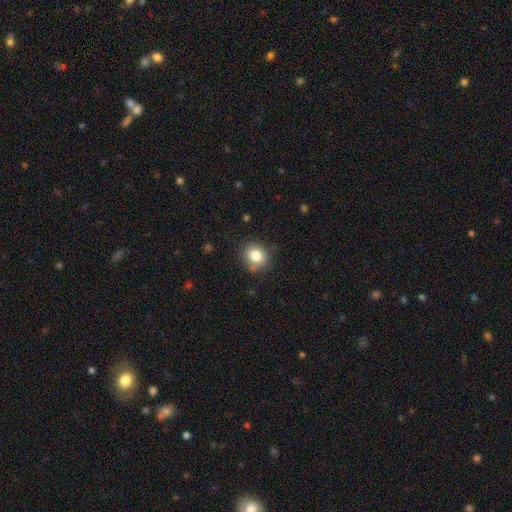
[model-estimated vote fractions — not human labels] This is clearly a smooth galaxy (82%). How rounded: likely round (71%). Merging: clearly none (80%).